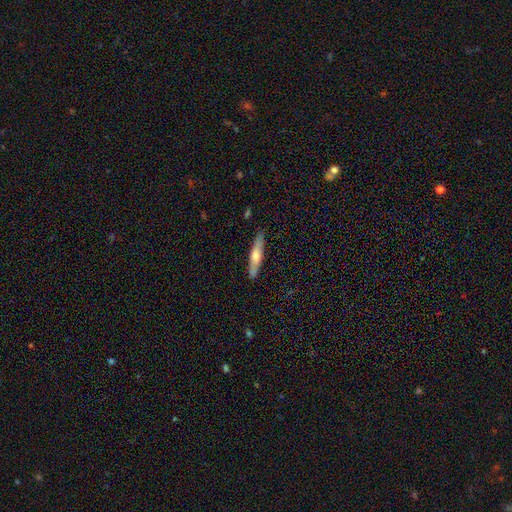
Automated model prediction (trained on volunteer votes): Smooth or featured? smooth (55%)
How rounded? cigar-shaped (86%)
Merging? none (88%)